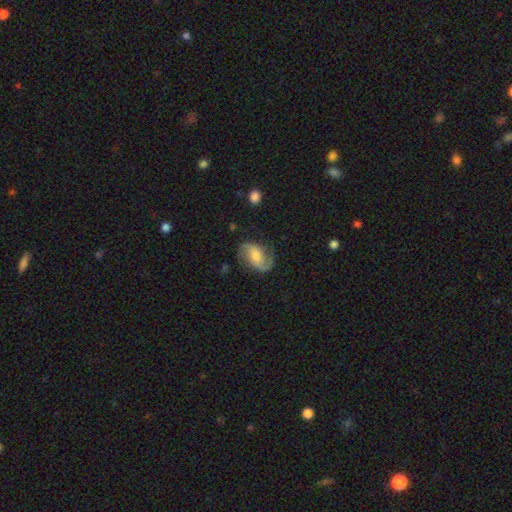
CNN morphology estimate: Smooth or featured: featured or disk — 76% (smooth — 18%)
Edge-on disk: no — 97% (yes — 3%)
Bar: weak — 47% (no — 35%)
Spiral arms: yes — 95% (no — 5%)
Spiral winding: loose — 48% (medium — 39%)
Spiral arm count: 2 — 89% (1 — 4%)
Bulge size: moderate — 52% (small — 29%)
Merging: none — 76% (minor disturbance — 16%)